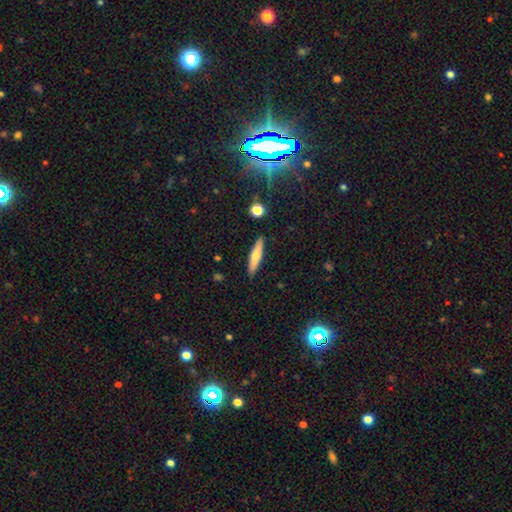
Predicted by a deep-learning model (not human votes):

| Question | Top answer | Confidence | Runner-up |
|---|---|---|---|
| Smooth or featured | smooth | 60% | featured or disk (33%) |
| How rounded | cigar-shaped | 82% | in between (17%) |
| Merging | none | 89% | minor disturbance (8%) |